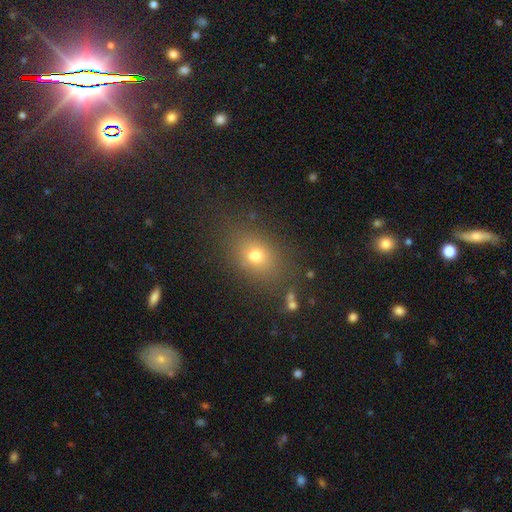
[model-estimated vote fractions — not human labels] smooth-or-featured: smooth: 72% | star or artifact: 16% | featured or disk: 12%
  how-rounded: in between: 63% | round: 34% | cigar-shaped: 2%
  merging: none: 78% | minor disturbance: 13% | major disturbance: 6% | merger: 3%